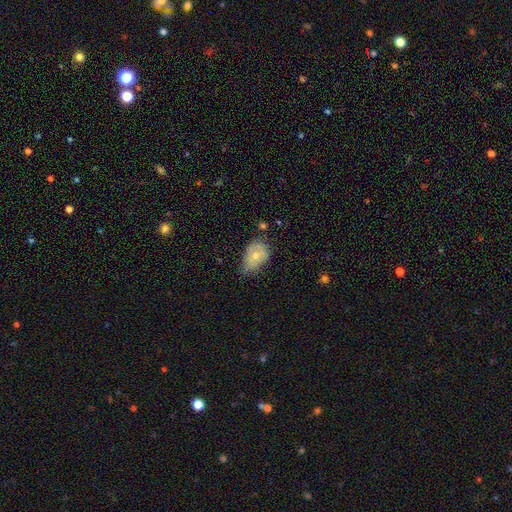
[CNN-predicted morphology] This is possibly a smooth galaxy (56%). How rounded: likely in between (73%). Merging: possibly minor disturbance (45%).